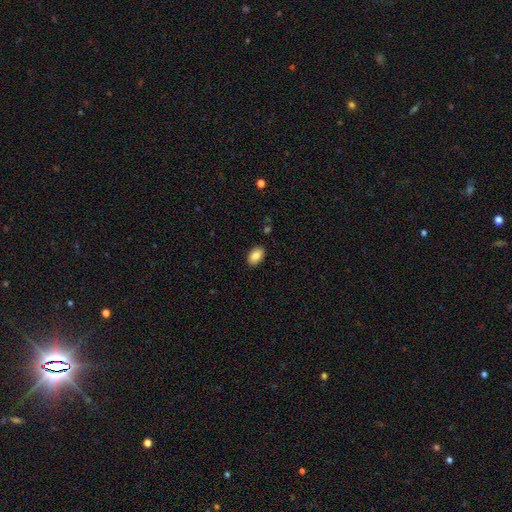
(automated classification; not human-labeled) Smooth or featured: smooth — 85% (featured or disk — 8%)
How rounded: in between — 91% (round — 8%)
Merging: none — 89% (minor disturbance — 8%)